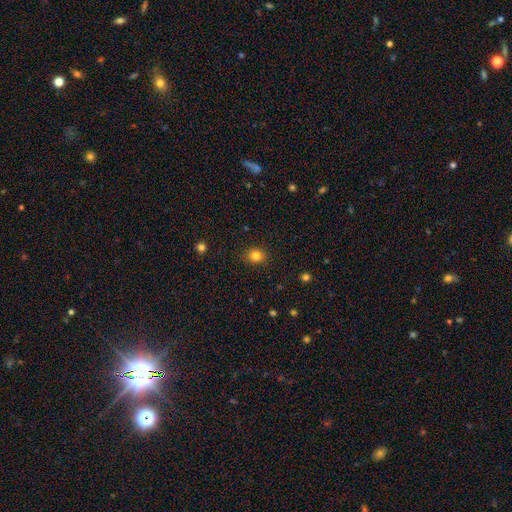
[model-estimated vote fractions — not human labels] Smooth or featured: smooth — 82% (star or artifact — 12%)
How rounded: round — 73% (in between — 27%)
Merging: none — 88% (minor disturbance — 8%)